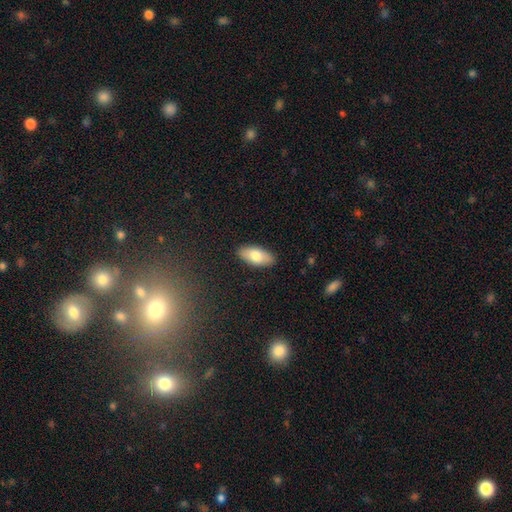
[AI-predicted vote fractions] Overall: smooth (78%). How rounded: in between (89%). Merging: none (89%).